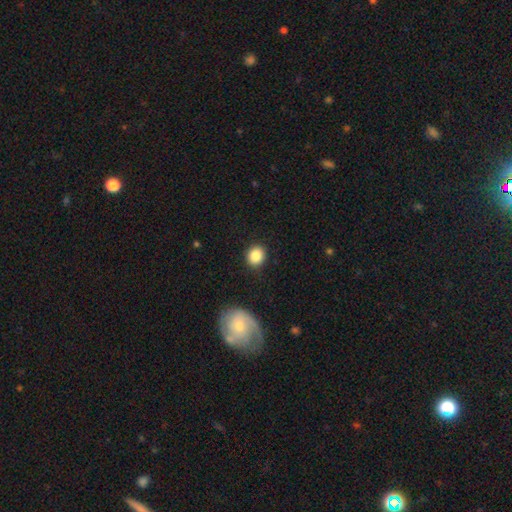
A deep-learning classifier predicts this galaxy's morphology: smooth-or-featured: smooth: 86% | star or artifact: 9% | featured or disk: 5%
  how-rounded: round: 74% | in between: 25% | cigar-shaped: 1%
  merging: none: 88% | minor disturbance: 8% | major disturbance: 2% | merger: 1%